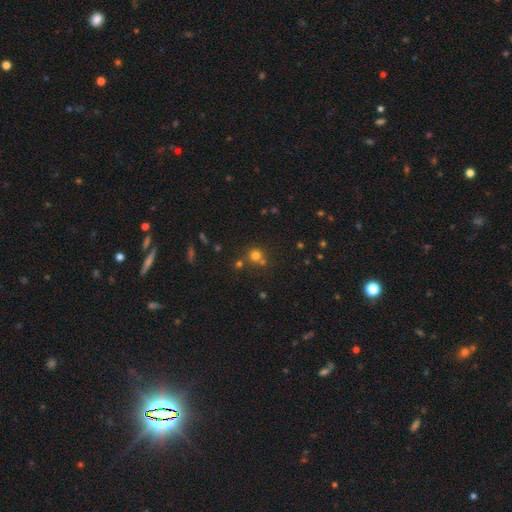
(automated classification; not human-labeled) A smooth galaxy with no disk features (70%) that is round (90%).

Vote fractions:
- Smooth or featured? smooth: 70% / star or artifact: 22% / featured or disk: 8%
- How rounded? round: 90% / in between: 9% / cigar-shaped: 1%
- Merging? none: 63% / merger: 25% / minor disturbance: 9% / major disturbance: 4%